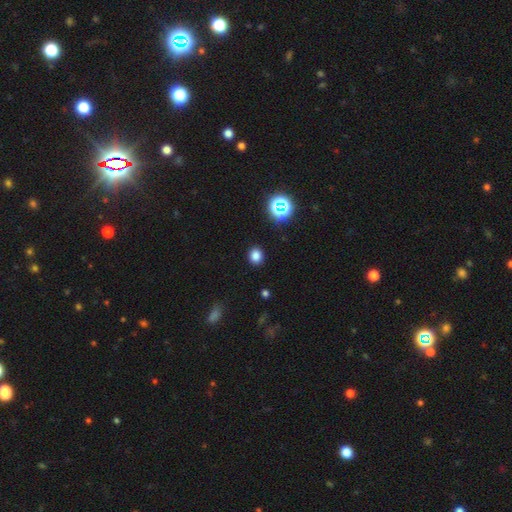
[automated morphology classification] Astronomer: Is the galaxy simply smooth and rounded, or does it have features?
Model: smooth — 79%.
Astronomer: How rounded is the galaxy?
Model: round — 58% (runner-up: in between, 41%).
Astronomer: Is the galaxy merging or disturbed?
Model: none — 89%.